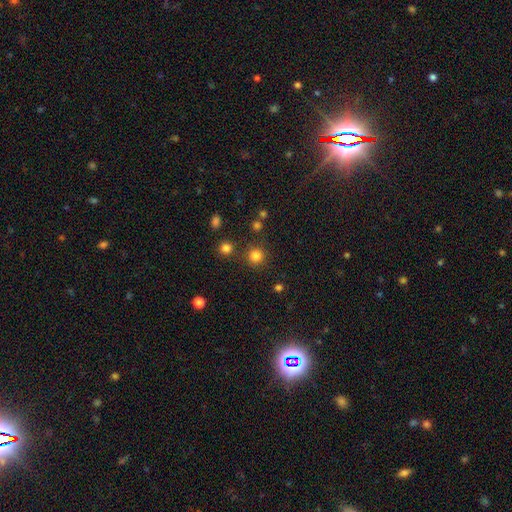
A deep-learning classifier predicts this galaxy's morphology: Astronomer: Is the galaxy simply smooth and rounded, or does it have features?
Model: smooth — 81%.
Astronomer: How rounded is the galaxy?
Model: round — 94%.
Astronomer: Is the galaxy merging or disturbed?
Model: none — 84%.